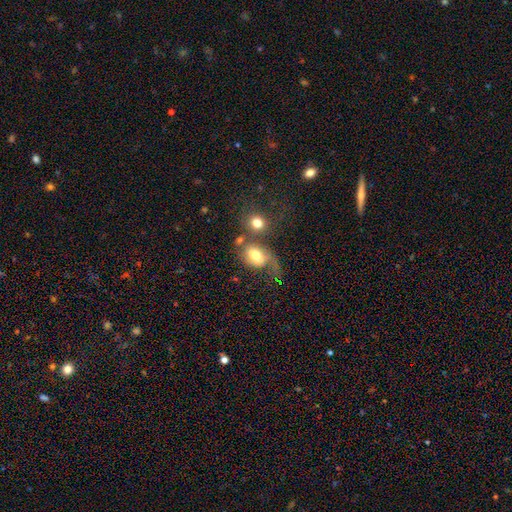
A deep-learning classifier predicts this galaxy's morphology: smooth_or_featured: smooth (p=0.55) [alt: featured or disk p=0.36]
how_rounded: in between (p=0.67) [alt: round p=0.31]
merging: merger (p=0.29) [alt: major disturbance p=0.28]